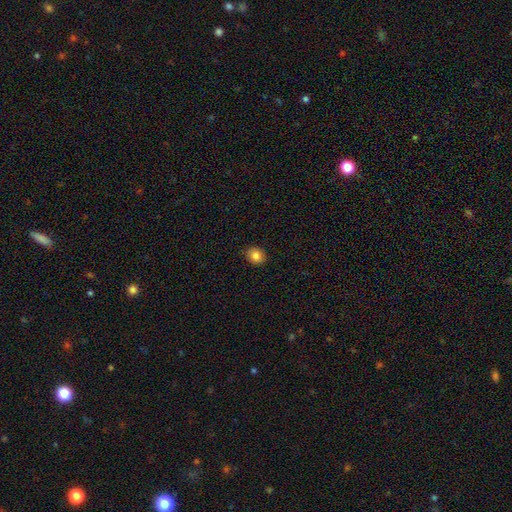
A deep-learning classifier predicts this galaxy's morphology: Overall: smooth (84%). How rounded: round (72%). Merging: none (91%).